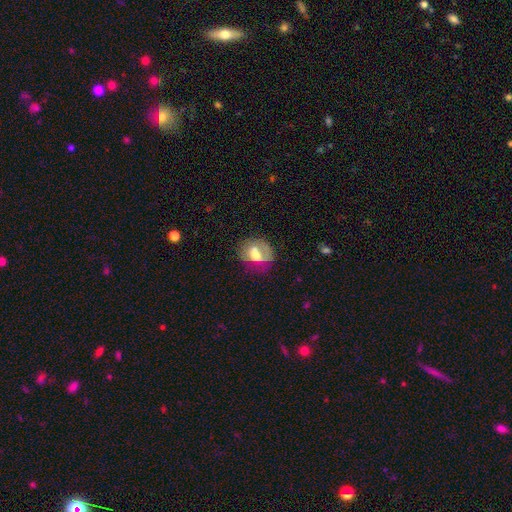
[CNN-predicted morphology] Smooth or featured? smooth (46%)
Merging? none (43%)